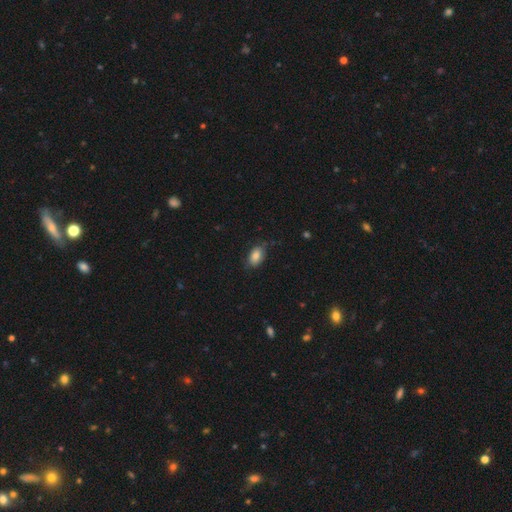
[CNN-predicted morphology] The model was most divided on "merging": none: 73%, minor disturbance: 21%, major disturbance: 5%, merger: 1%. More confident: how rounded — in between (91%); smooth or featured — smooth (82%).